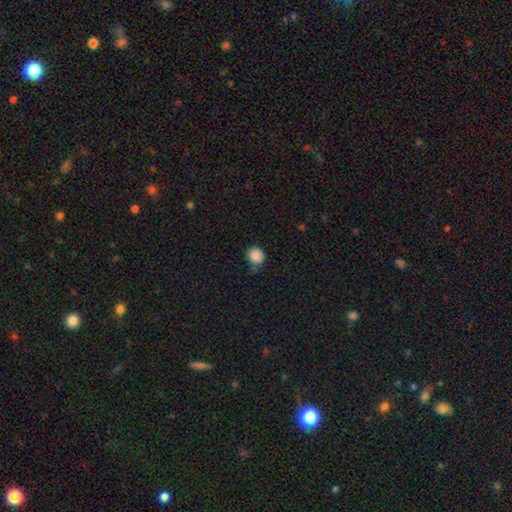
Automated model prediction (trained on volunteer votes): Overall: smooth (87%). How rounded: round (84%). Merging: none (66%; minor disturbance 26%).